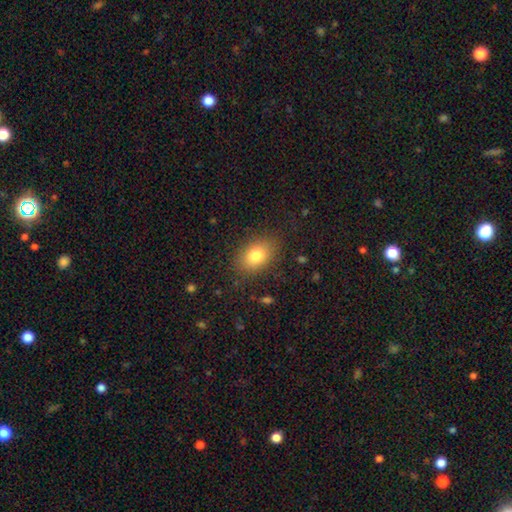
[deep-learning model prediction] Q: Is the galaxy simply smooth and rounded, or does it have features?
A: smooth — 80%.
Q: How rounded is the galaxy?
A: in between — 80%.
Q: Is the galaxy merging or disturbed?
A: none — 83%.